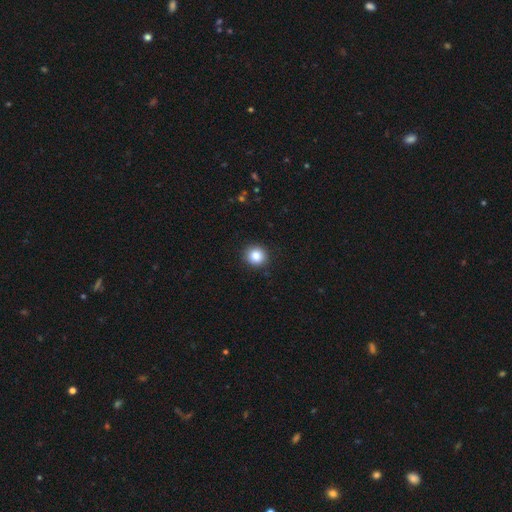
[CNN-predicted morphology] The model was most divided on "smooth or featured": smooth: 85%, star or artifact: 10%, featured or disk: 5%. More confident: merging — none (91%); how rounded — round (90%).